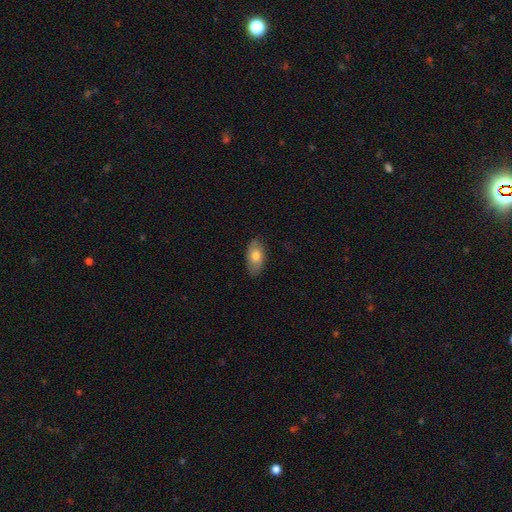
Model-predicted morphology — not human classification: Overall: smooth (74%). How rounded: in between (92%). Merging: none (83%).